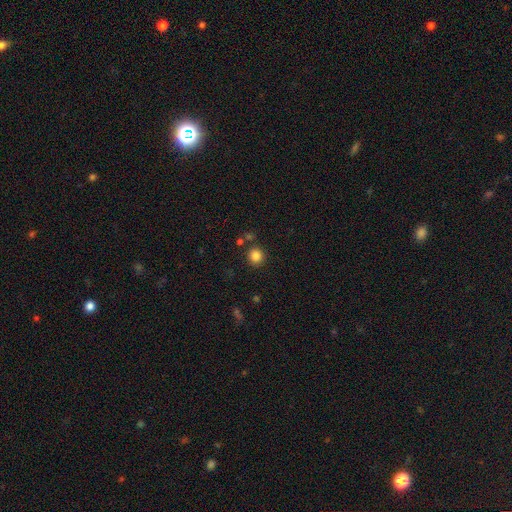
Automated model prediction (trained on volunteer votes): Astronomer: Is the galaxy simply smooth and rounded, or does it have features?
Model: smooth — 84%.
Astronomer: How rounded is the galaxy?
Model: round — 91%.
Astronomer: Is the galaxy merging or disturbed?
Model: none — 85%.